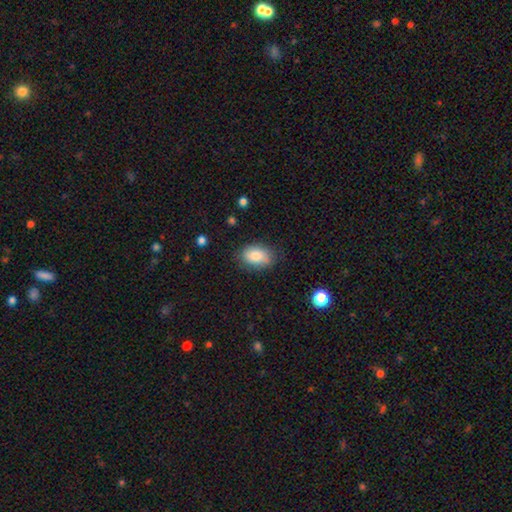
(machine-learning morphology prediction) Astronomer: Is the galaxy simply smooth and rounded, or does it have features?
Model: smooth — 84%.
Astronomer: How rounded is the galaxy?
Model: in between — 86%.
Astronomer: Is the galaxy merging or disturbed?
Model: none — 78%.